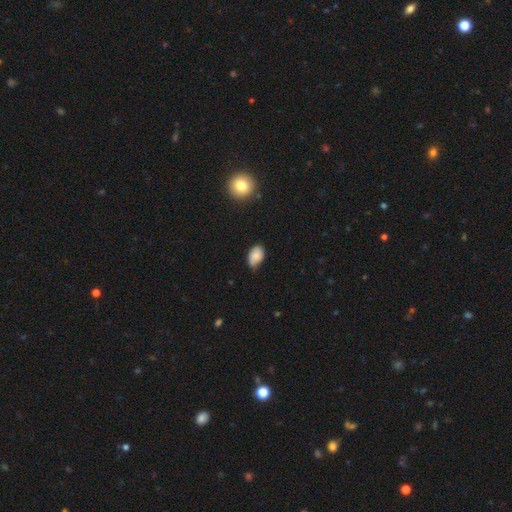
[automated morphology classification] Smooth or featured?
  - smooth: 81% *
  - featured or disk: 10%
  - star or artifact: 8%
How rounded?
  - in between: 88% *
  - round: 10%
  - cigar-shaped: 1%
Merging?
  - none: 61% *
  - minor disturbance: 33%
  - major disturbance: 5%
  - merger: 2%